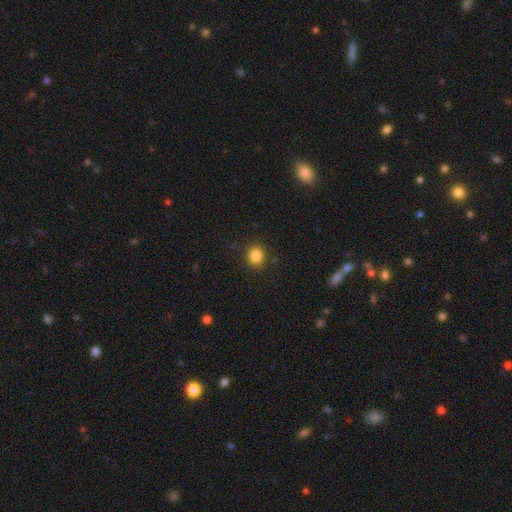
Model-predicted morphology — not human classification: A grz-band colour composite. It shows a smooth galaxy with no disk features (84%) that is round (81%). Merging: none (89%).